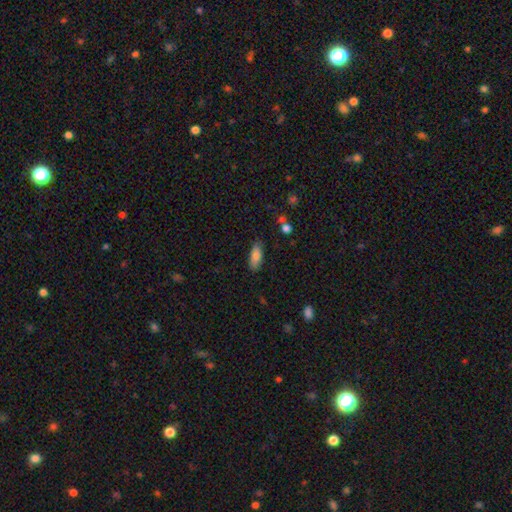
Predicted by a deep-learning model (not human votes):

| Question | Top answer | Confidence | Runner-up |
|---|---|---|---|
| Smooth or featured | smooth | 83% | featured or disk (10%) |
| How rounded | in between | 76% | cigar-shaped (22%) |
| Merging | none | 82% | minor disturbance (13%) |